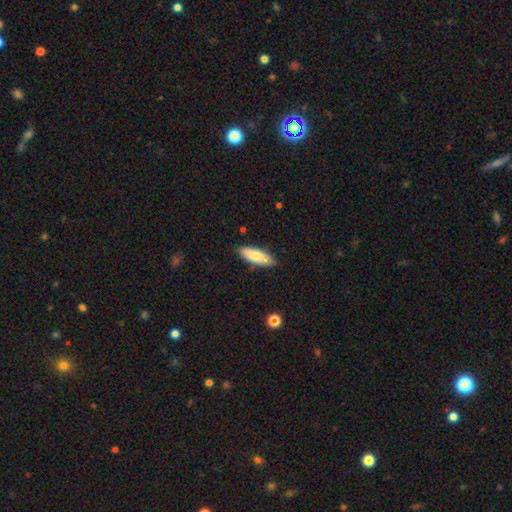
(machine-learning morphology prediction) The model was most divided on "how rounded": in between: 63%, cigar-shaped: 35%, round: 2%. More confident: merging — none (84%); smooth or featured — smooth (78%).